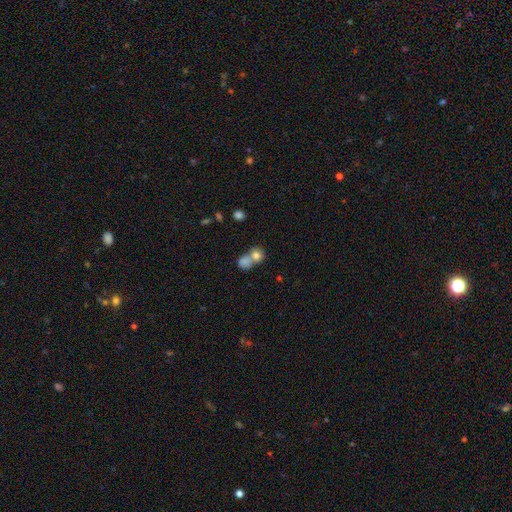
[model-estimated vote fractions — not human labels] smooth 78%, featured or disk 11%, star or artifact 10%. Down the decision tree: how rounded — round (71%); merging — merger (58%).